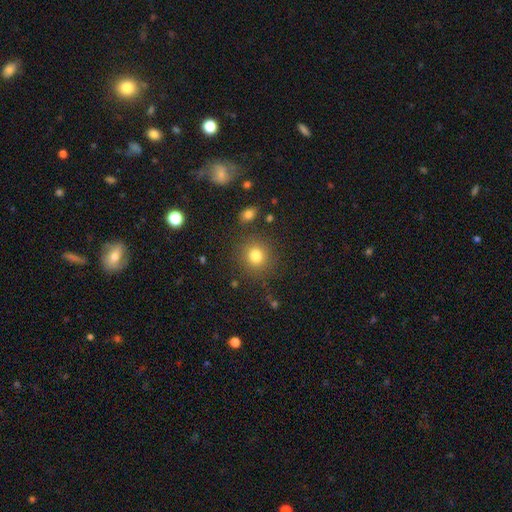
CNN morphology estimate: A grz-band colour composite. It shows a smooth galaxy with no disk features (80%) that is round (88%). Merging: none (85%).